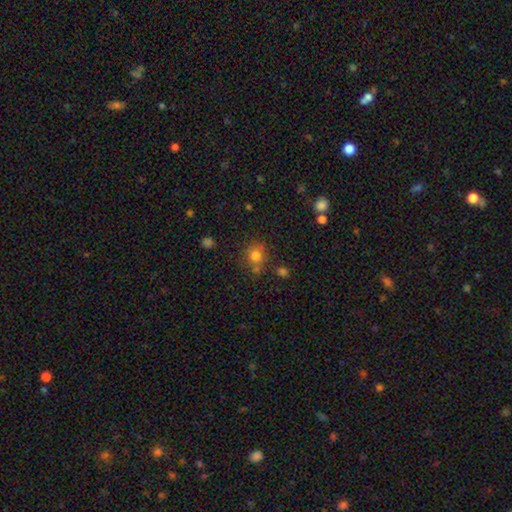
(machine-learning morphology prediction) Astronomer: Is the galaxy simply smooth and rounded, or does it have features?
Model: smooth — 77%.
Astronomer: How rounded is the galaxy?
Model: round — 85%.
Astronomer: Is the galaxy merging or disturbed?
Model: none — 71%.